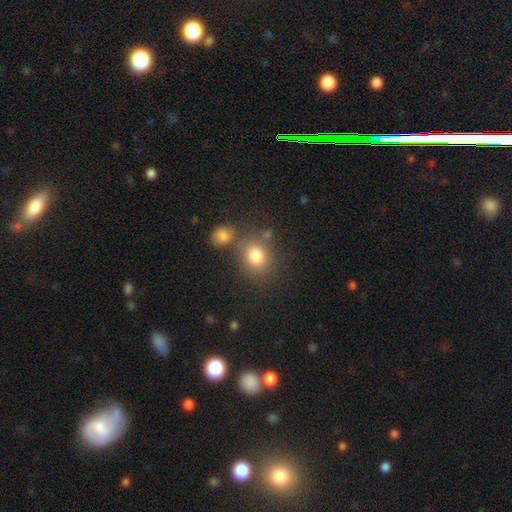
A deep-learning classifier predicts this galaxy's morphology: smooth_or_featured: smooth (p=0.80) [alt: star or artifact p=0.12]
how_rounded: round (p=0.69) [alt: in between p=0.30]
merging: none (p=0.65) [alt: merger p=0.18]